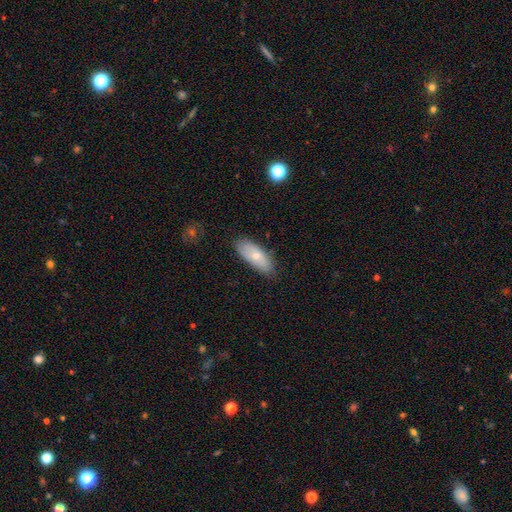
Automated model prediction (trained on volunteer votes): This is likely a smooth galaxy (67%). How rounded: likely in between (79%). Merging: clearly none (82%).